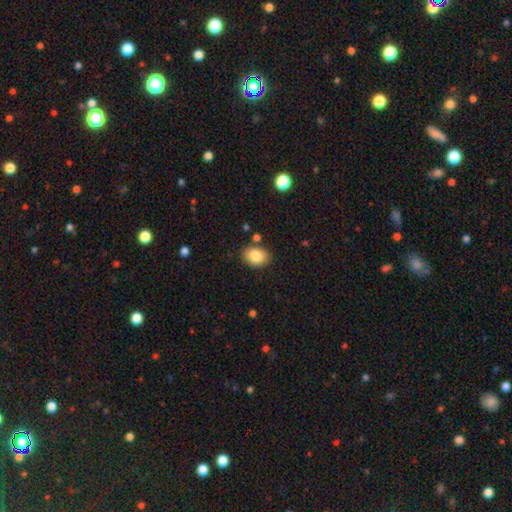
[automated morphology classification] A smooth galaxy with no disk features (84%) that is in between round and cigar-shaped (74%).

Vote fractions:
- Smooth or featured? smooth: 84% / featured or disk: 8% / star or artifact: 8%
- How rounded? in between: 74% / round: 25% / cigar-shaped: 1%
- Merging? none: 81% / minor disturbance: 12% / merger: 4% / major disturbance: 3%